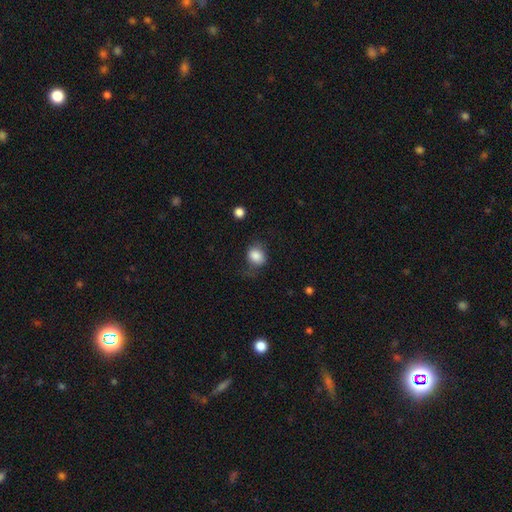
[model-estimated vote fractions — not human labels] Smooth or featured?
  - smooth: 84% *
  - star or artifact: 8%
  - featured or disk: 7%
How rounded?
  - round: 56% *
  - in between: 43%
  - cigar-shaped: 1%
Merging?
  - none: 61% *
  - minor disturbance: 24%
  - major disturbance: 13%
  - merger: 2%